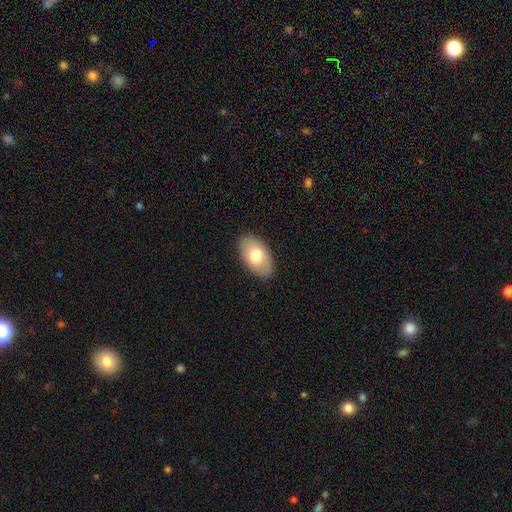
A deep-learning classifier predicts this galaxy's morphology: smooth-or-featured: smooth: 71% | featured or disk: 23% | star or artifact: 6%
  how-rounded: in between: 93% | round: 5% | cigar-shaped: 1%
  merging: none: 87% | minor disturbance: 10% | major disturbance: 2% | merger: 1%